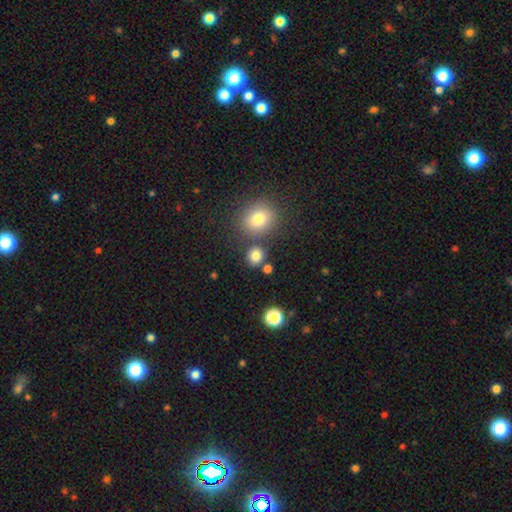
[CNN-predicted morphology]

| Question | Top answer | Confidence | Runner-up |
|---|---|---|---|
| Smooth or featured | smooth | 80% | star or artifact (14%) |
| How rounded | round | 77% | in between (22%) |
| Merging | none | 77% | merger (11%) |